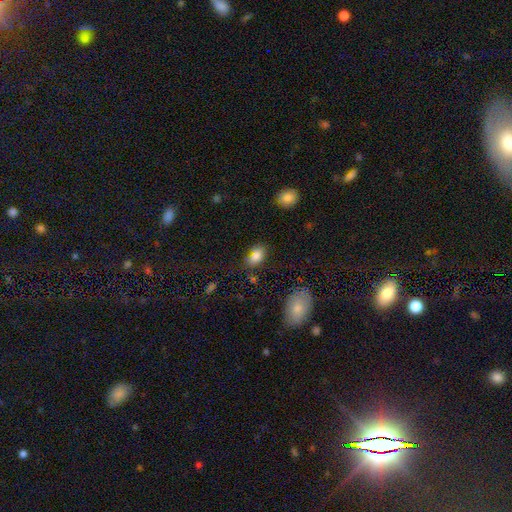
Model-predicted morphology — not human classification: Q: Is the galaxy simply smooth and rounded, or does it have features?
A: smooth — 83%.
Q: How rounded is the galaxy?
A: in between — 82%.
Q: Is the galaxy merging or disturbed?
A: none — 60%.